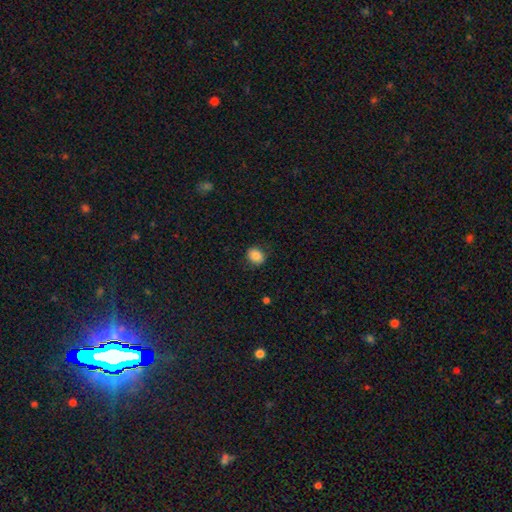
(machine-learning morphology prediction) Smooth or featured? Predicted: smooth (p=0.86). How rounded? Predicted: round (p=0.54). Merging? Predicted: none (p=0.84).